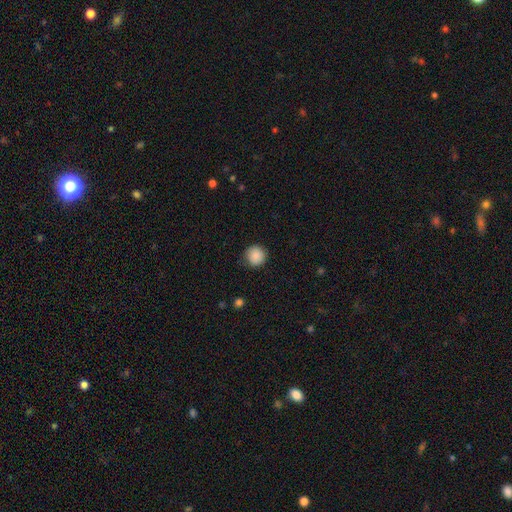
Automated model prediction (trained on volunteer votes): This appears to be a smooth galaxy with no disk features (88%) that is round (94%). Merging: none (85%).